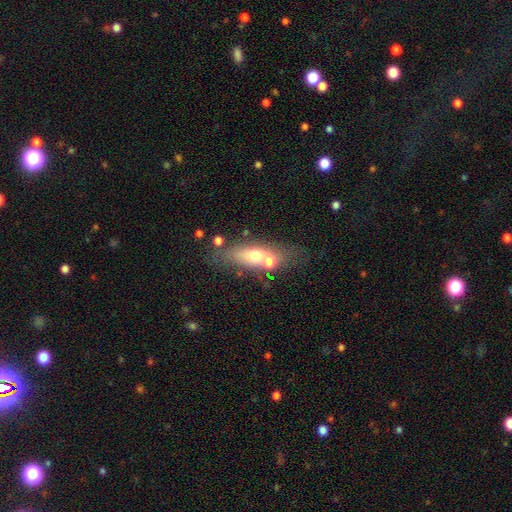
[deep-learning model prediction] A smooth galaxy with no disk features (55%) that is in between round and cigar-shaped (58%).

Vote fractions:
- Smooth or featured? smooth: 55% / featured or disk: 35% / star or artifact: 10%
- How rounded? in between: 58% / cigar-shaped: 28% / round: 14%
- Merging? merger: 42% / none: 38% / minor disturbance: 12% / major disturbance: 8%